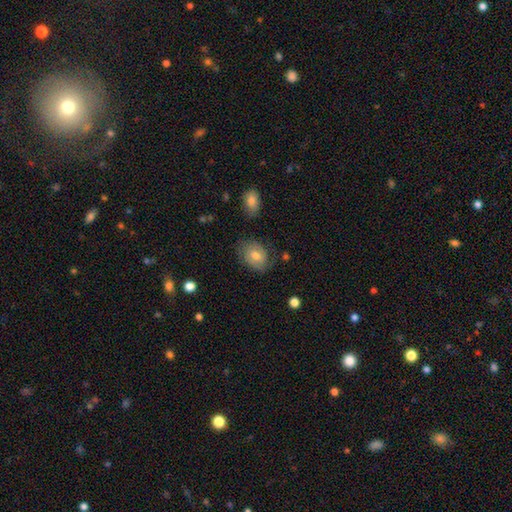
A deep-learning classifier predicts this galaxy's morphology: Overall: smooth (54%; featured or disk 37%). How rounded: in between (69%; round 29%). Merging: none (72%).